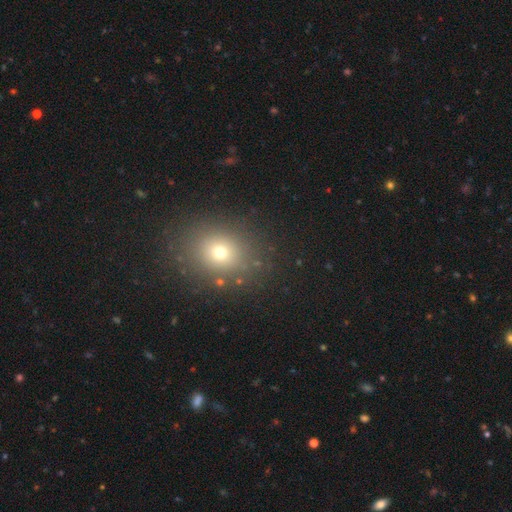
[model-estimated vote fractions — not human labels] The model was most divided on "how rounded": round: 51%, in between: 48%, cigar-shaped: 1%. More confident: merging — none (89%); smooth or featured — smooth (63%).